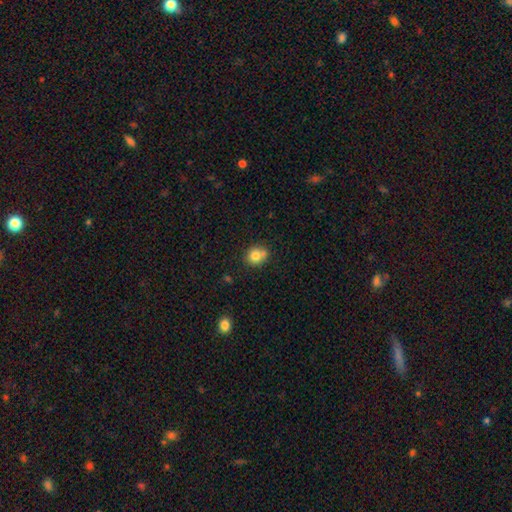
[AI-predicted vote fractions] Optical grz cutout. It shows a smooth galaxy with no disk features (79%) that is round (73%). Merging: none (64%).